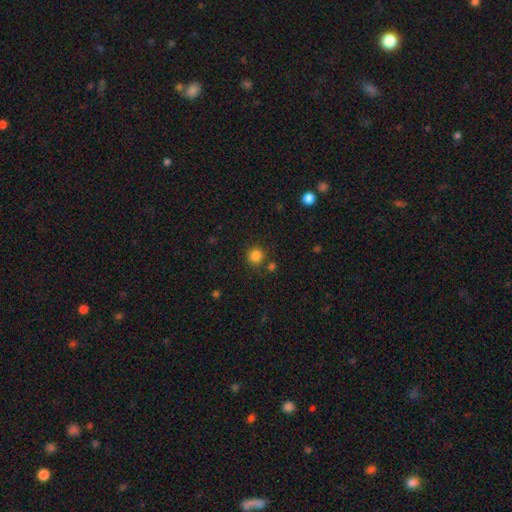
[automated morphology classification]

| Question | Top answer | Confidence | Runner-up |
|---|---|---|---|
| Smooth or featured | smooth | 84% | star or artifact (12%) |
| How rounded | round | 92% | in between (7%) |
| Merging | none | 82% | minor disturbance (8%) |